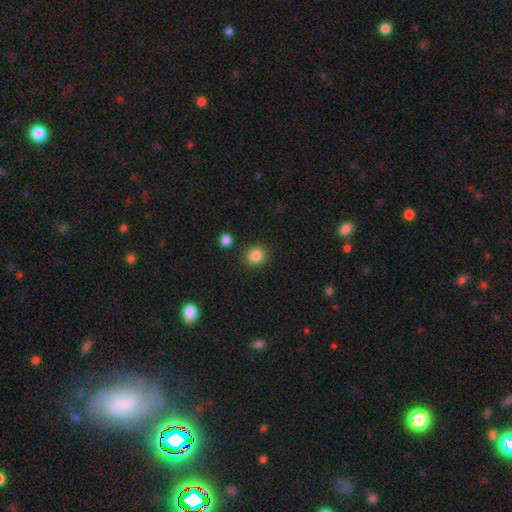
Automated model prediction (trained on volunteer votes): Smooth or featured?
  - smooth: 86% *
  - star or artifact: 10%
  - featured or disk: 4%
How rounded?
  - round: 89% *
  - in between: 10%
  - cigar-shaped: 1%
Merging?
  - none: 87% *
  - minor disturbance: 7%
  - merger: 3%
  - major disturbance: 2%